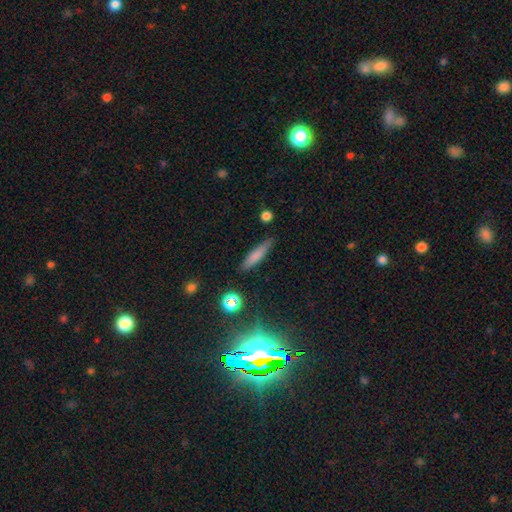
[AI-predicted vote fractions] Smooth or featured?
  - smooth: 74% *
  - featured or disk: 16%
  - star or artifact: 10%
How rounded?
  - cigar-shaped: 83% *
  - in between: 15%
  - round: 2%
Merging?
  - none: 85% *
  - minor disturbance: 11%
  - major disturbance: 3%
  - merger: 2%